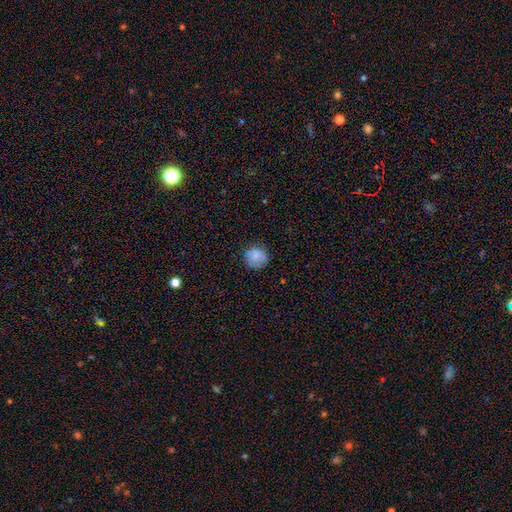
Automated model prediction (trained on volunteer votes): Morphology: type=smooth (82%); roundness=round (86%); merging=none (76%).